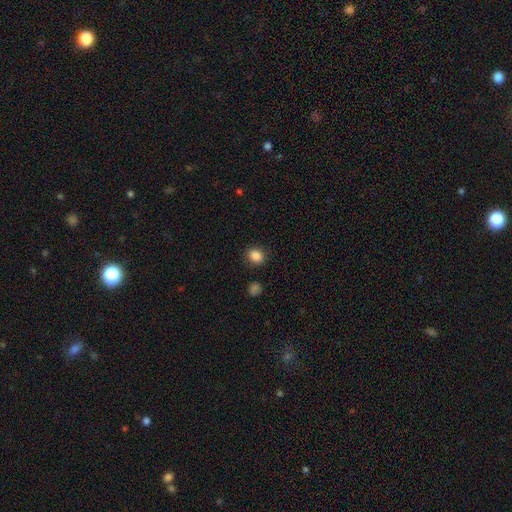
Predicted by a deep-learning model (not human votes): Smooth or featured: smooth — 86% (star or artifact — 10%)
How rounded: round — 60% (in between — 39%)
Merging: none — 87% (minor disturbance — 8%)